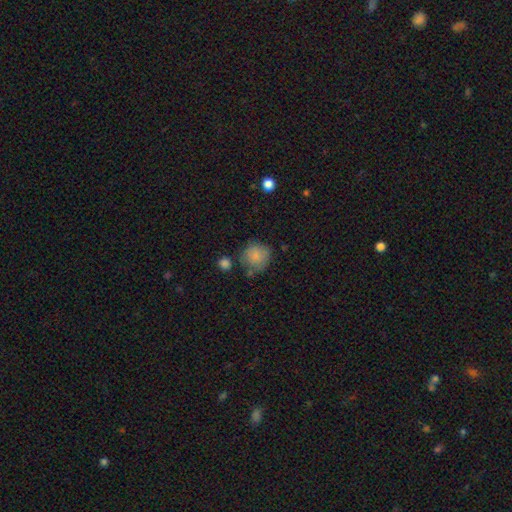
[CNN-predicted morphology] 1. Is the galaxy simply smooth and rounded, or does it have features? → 80% smooth, 11% featured or disk, 9% star or artifact.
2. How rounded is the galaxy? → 86% round, 13% in between, 1% cigar-shaped.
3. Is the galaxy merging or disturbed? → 63% none, 22% minor disturbance, 8% major disturbance, 7% merger.